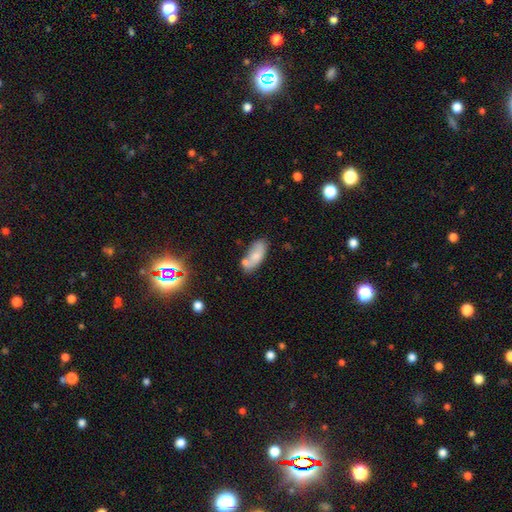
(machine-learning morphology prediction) Q: Smooth or featured?
A: smooth (71%); runner-up: featured or disk (21%)
Q: How rounded?
A: in between (84%); runner-up: cigar-shaped (13%)
Q: Merging?
A: none (53%); runner-up: minor disturbance (21%)